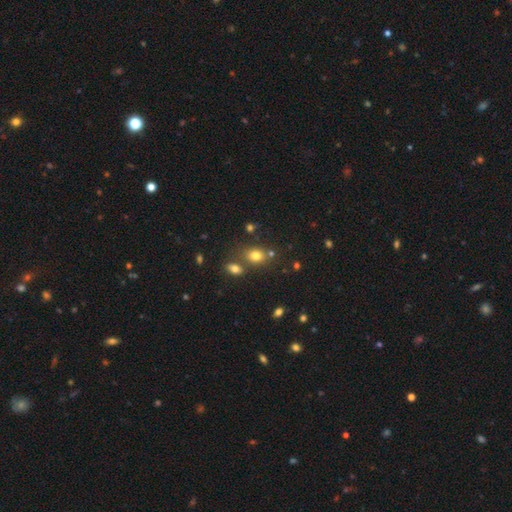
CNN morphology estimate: This is likely a smooth galaxy (76%). How rounded: possibly in between (58%). Merging: likely none (62%).